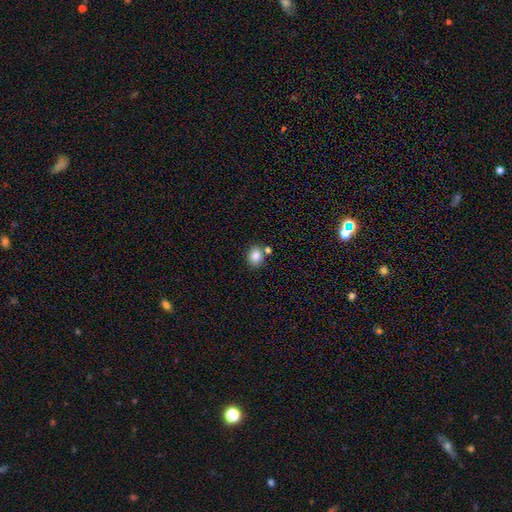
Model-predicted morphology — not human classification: Smooth or featured?
  - smooth: 84% *
  - star or artifact: 10%
  - featured or disk: 6%
How rounded?
  - round: 65% *
  - in between: 34%
  - cigar-shaped: 1%
Merging?
  - none: 73% *
  - merger: 15%
  - minor disturbance: 10%
  - major disturbance: 3%